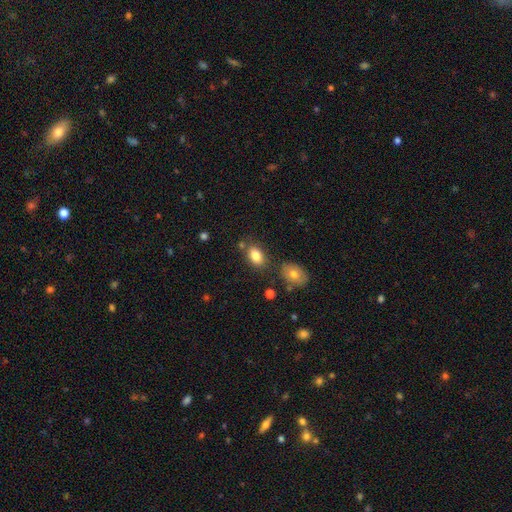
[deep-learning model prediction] smooth_or_featured: smooth (p=0.83) [alt: featured or disk p=0.09]
how_rounded: in between (p=0.87) [alt: round p=0.12]
merging: none (p=0.72) [alt: minor disturbance p=0.14]